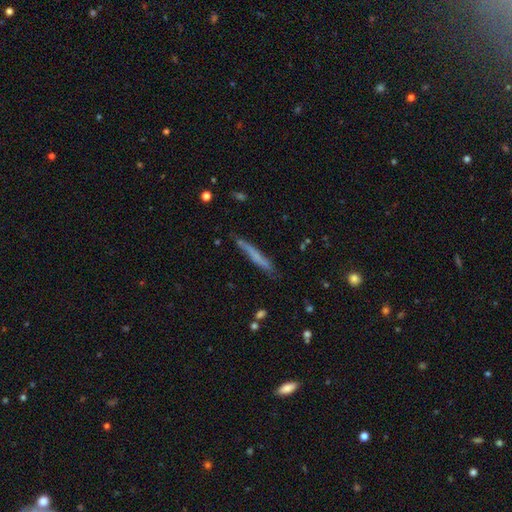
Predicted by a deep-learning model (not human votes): Smooth or featured?
  - smooth: 59% *
  - featured or disk: 34%
  - star or artifact: 7%
How rounded?
  - cigar-shaped: 95% *
  - in between: 3%
  - round: 1%
Merging?
  - none: 79% *
  - minor disturbance: 16%
  - major disturbance: 3%
  - merger: 2%